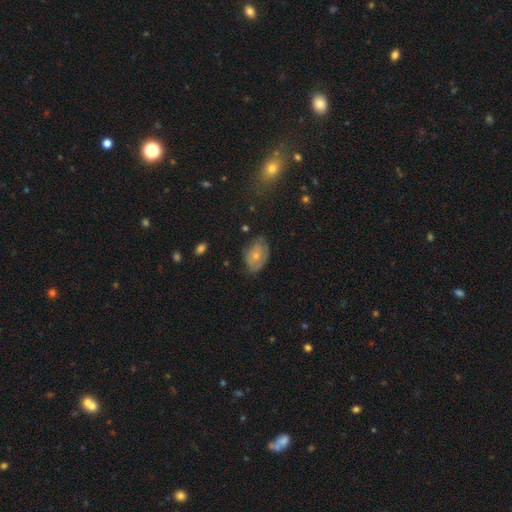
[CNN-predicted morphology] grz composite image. It shows a smooth galaxy with no disk features (57%) that is in between round and cigar-shaped (83%). Merging: none (56%).